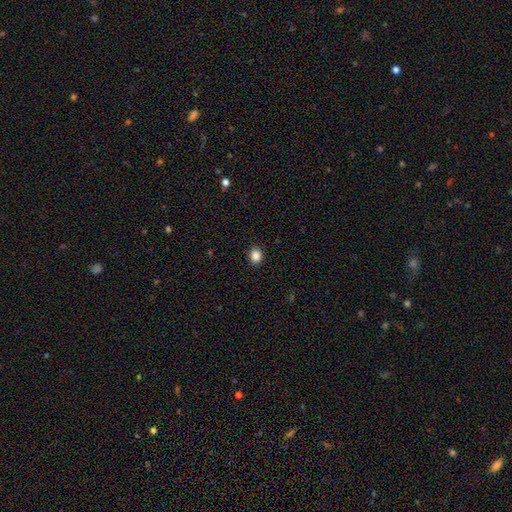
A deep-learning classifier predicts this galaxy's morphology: smooth_or_featured: smooth (p=0.87) [alt: star or artifact p=0.10]
how_rounded: round (p=0.69) [alt: in between p=0.30]
merging: none (p=0.92) [alt: minor disturbance p=0.05]